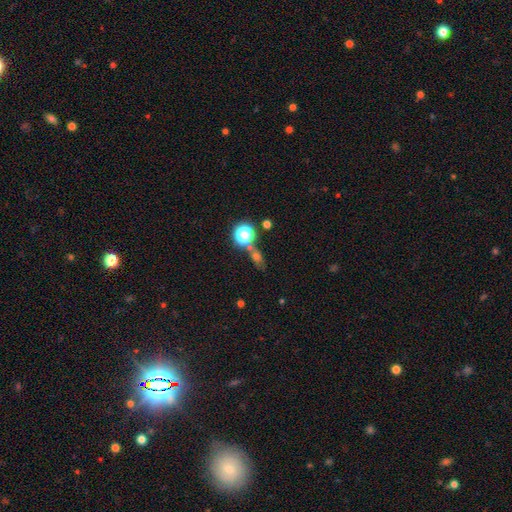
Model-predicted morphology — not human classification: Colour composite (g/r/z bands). It shows a star or artifact, not a galaxy (45%).